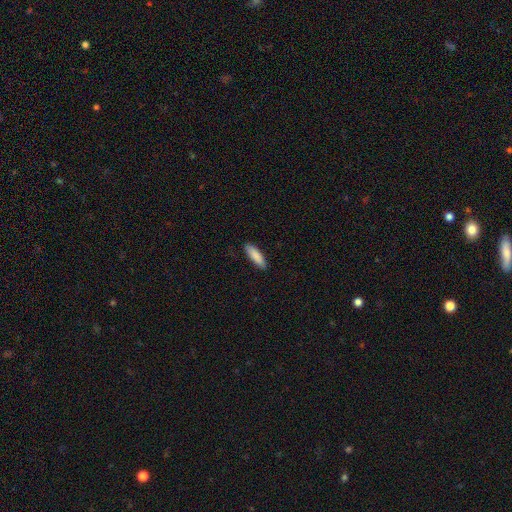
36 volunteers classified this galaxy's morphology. smooth-or-featured: smooth: 94% | star or artifact: 6% | featured or disk: 0%
  how-rounded: cigar-shaped: 59% | in between: 41% | round: 0%
  merging: none: 97% | minor disturbance: 3% | major disturbance: 0% | merger: 0%